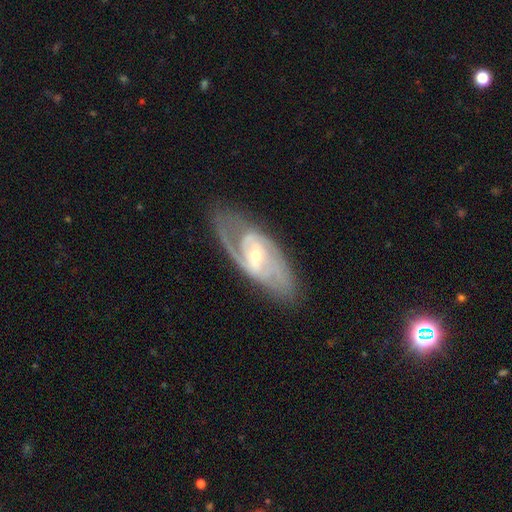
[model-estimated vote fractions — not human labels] featured or disk 88%, smooth 7%, star or artifact 5%. Down the decision tree: edge-on disk — no (92%); bar — weak (45%); spiral arms — yes (95%); spiral arm count — 2 (67%); spiral winding — medium (47%); bulge size — small (54%); merging — none (75%).